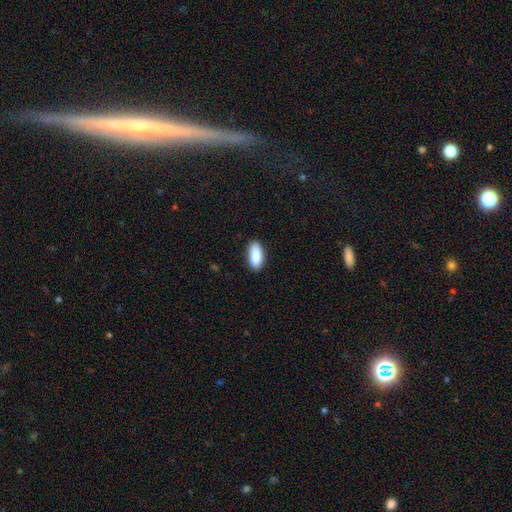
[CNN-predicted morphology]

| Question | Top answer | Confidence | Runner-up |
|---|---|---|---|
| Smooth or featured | smooth | 90% | star or artifact (6%) |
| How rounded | in between | 86% | cigar-shaped (12%) |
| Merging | none | 88% | minor disturbance (9%) |